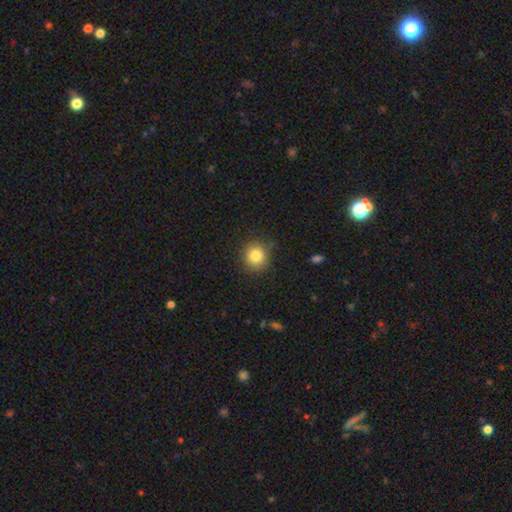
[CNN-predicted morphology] A smooth galaxy with no disk features (83%) that is round (88%).

Vote fractions:
- Smooth or featured? smooth: 83% / star or artifact: 11% / featured or disk: 7%
- How rounded? round: 88% / in between: 11% / cigar-shaped: 1%
- Merging? none: 87% / minor disturbance: 9% / major disturbance: 3% / merger: 1%